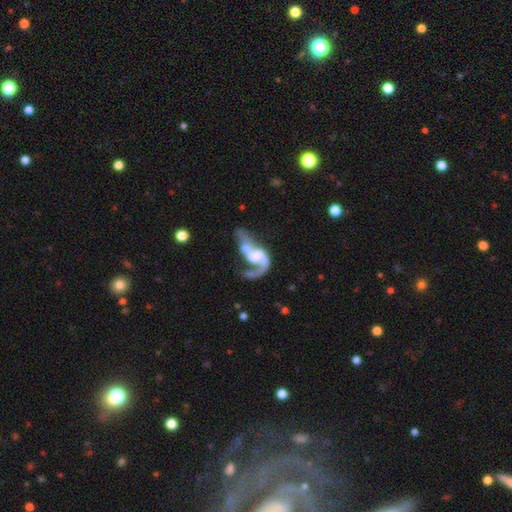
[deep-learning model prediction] smooth_or_featured: featured or disk (p=0.77) [alt: smooth p=0.16]
disk_edge_on: no (p=0.97) [alt: yes p=0.03]
bar: no (p=0.55) [alt: weak p=0.32]
has_spiral_arms: yes (p=0.80) [alt: no p=0.20]
spiral_winding: loose (p=0.68) [alt: medium p=0.25]
spiral_arm_count: 1 (p=0.52) [alt: 2 p=0.40]
bulge_size: moderate (p=0.31) [alt: none p=0.29]
merging: major disturbance (p=0.36) [alt: merger p=0.33]